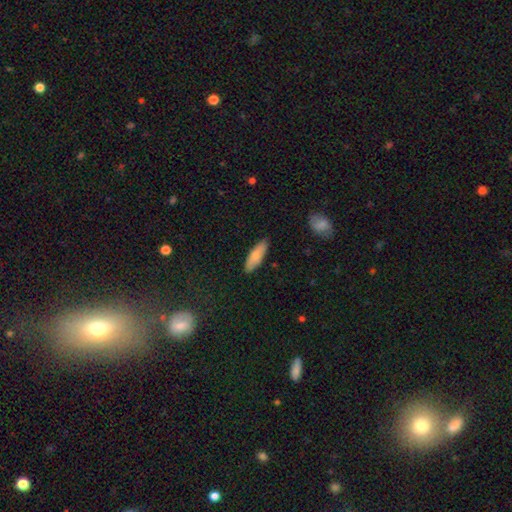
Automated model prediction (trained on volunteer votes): smooth_or_featured: smooth (p=0.77) [alt: featured or disk p=0.17]
how_rounded: in between (p=0.55) [alt: cigar-shaped p=0.43]
merging: none (p=0.85) [alt: minor disturbance p=0.12]